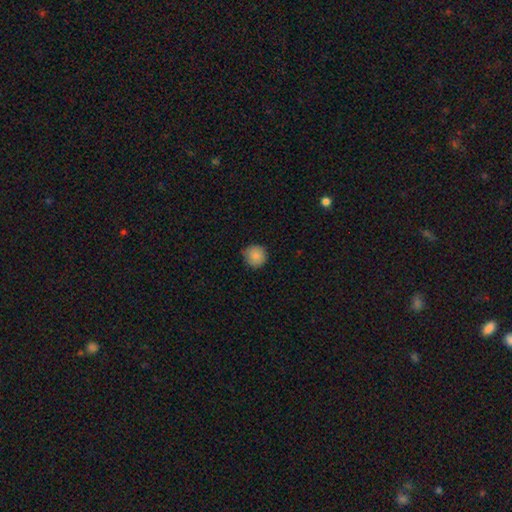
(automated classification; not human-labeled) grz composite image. It shows a smooth galaxy with no disk features (87%) that is round (93%). Merging: none (83%).